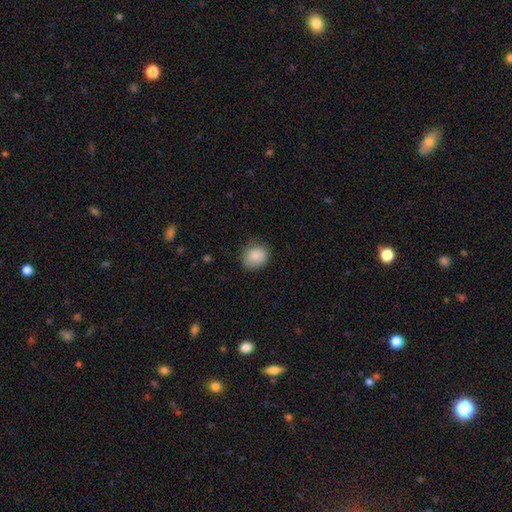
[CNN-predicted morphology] smooth-or-featured: smooth: 87% | star or artifact: 8% | featured or disk: 5%
  how-rounded: round: 59% | in between: 40% | cigar-shaped: 1%
  merging: none: 75% | minor disturbance: 19% | major disturbance: 4% | merger: 1%